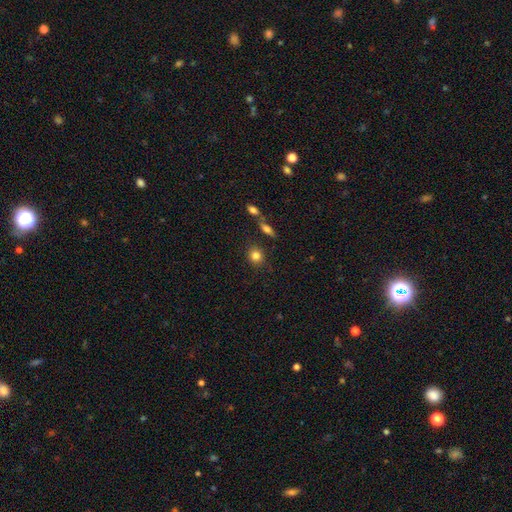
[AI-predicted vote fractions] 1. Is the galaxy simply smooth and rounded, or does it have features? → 82% smooth, 10% star or artifact, 7% featured or disk.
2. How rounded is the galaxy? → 79% round, 19% in between, 2% cigar-shaped.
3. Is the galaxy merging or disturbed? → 81% none, 10% minor disturbance, 6% merger, 3% major disturbance.